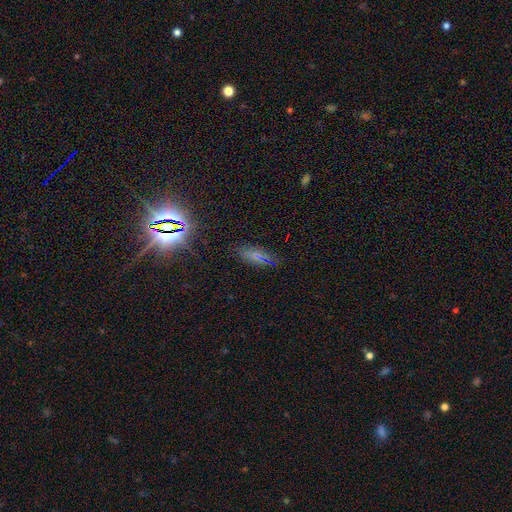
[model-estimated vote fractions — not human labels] Overall: star or artifact (40%; smooth 37%).